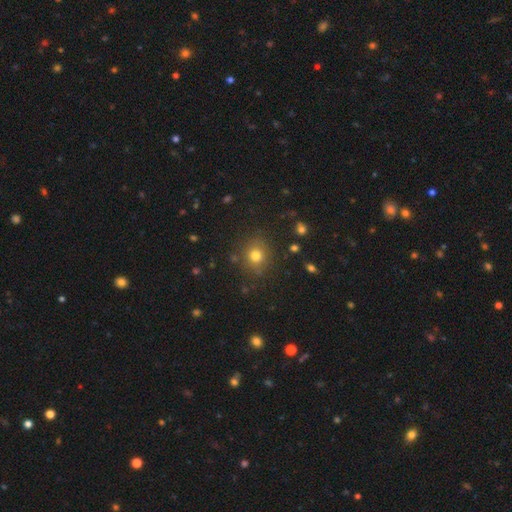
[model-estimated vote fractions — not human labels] This appears to be a smooth galaxy with no disk features (76%) that is round (84%). Merging: none (84%).